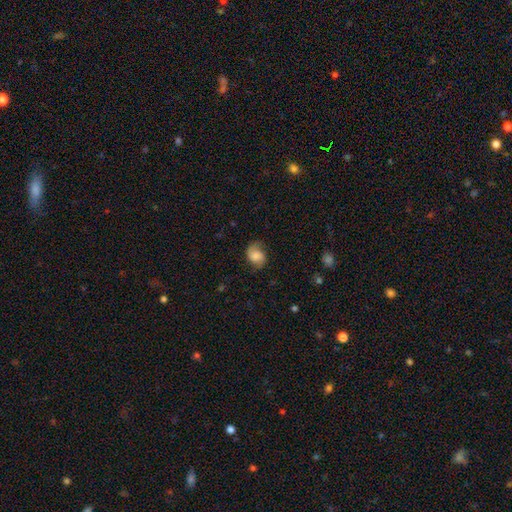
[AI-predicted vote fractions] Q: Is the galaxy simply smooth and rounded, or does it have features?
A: smooth — 69%.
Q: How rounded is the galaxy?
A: in between — 63%.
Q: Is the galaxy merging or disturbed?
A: none — 64%.